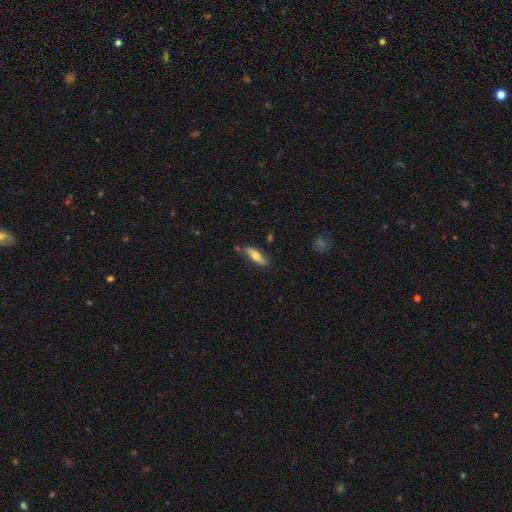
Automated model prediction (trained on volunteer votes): The model was most divided on "smooth or featured": smooth: 51%, featured or disk: 43%, star or artifact: 6%. More confident: merging — none (75%); how rounded — cigar-shaped (62%).